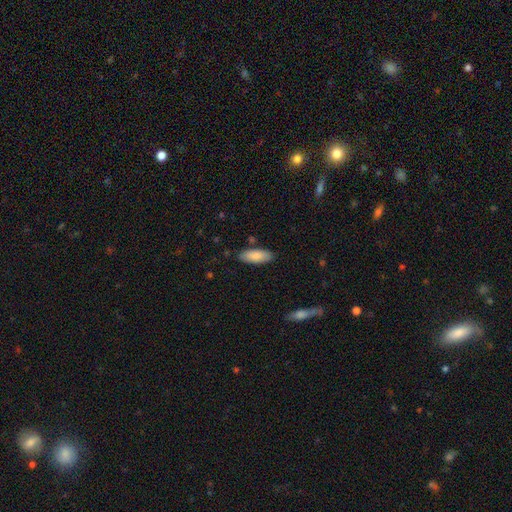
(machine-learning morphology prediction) A smooth galaxy with no disk features (87%) that is in between round and cigar-shaped (78%).

Vote fractions:
- Smooth or featured? smooth: 87% / featured or disk: 8% / star or artifact: 6%
- How rounded? in between: 78% / cigar-shaped: 20% / round: 2%
- Merging? none: 85% / minor disturbance: 11% / merger: 2% / major disturbance: 2%